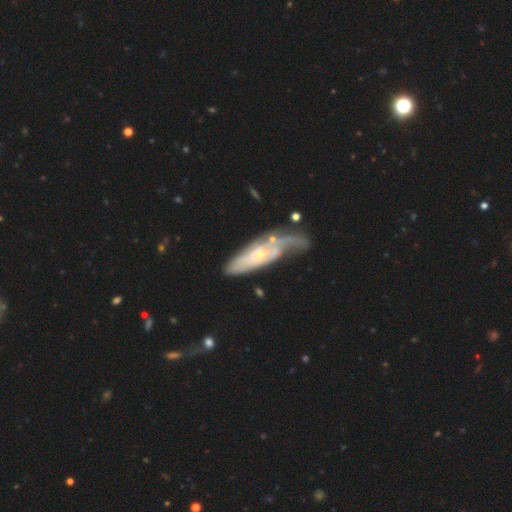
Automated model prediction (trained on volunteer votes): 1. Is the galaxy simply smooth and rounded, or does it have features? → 63% featured or disk, 29% smooth, 8% star or artifact.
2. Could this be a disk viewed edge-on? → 76% no, 24% yes.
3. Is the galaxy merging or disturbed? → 35% none, 25% minor disturbance, 22% major disturbance, 17% merger.